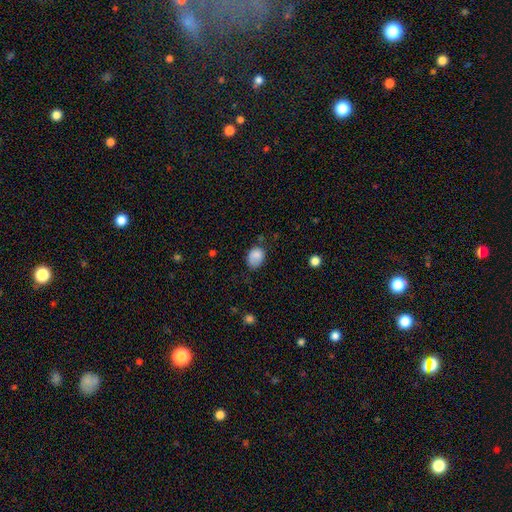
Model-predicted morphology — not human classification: Smooth or featured?
  - smooth: 83% *
  - star or artifact: 9%
  - featured or disk: 8%
How rounded?
  - in between: 65% *
  - round: 34%
  - cigar-shaped: 1%
Merging?
  - none: 55% *
  - minor disturbance: 32%
  - major disturbance: 10%
  - merger: 3%